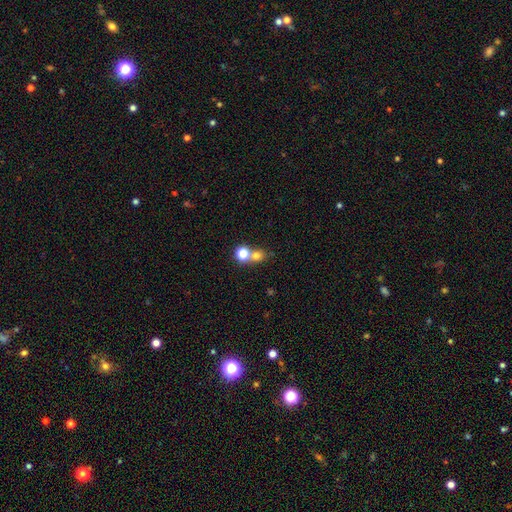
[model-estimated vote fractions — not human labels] Morphology: type=smooth (71%); roundness=round (76%); merging=none (48%).